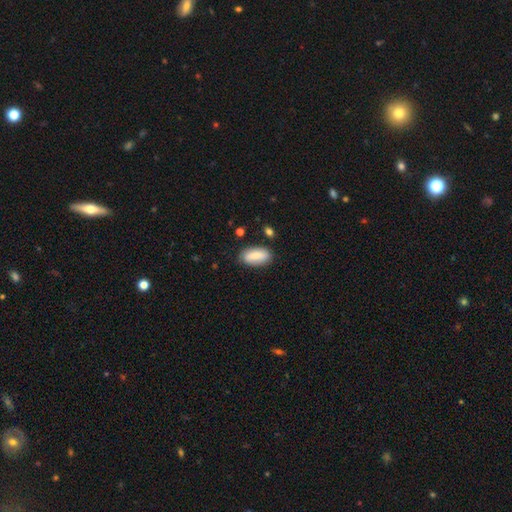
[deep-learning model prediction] Morphology: type=smooth (80%); roundness=in between (91%); merging=none (80%).